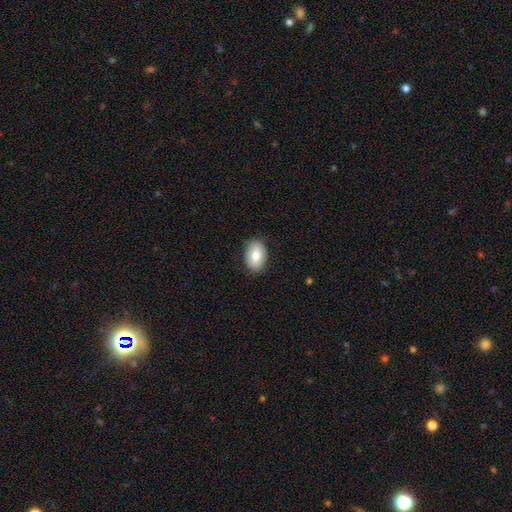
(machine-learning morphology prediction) This is likely a smooth galaxy (78%). How rounded: clearly in between (87%). Merging: clearly none (85%).